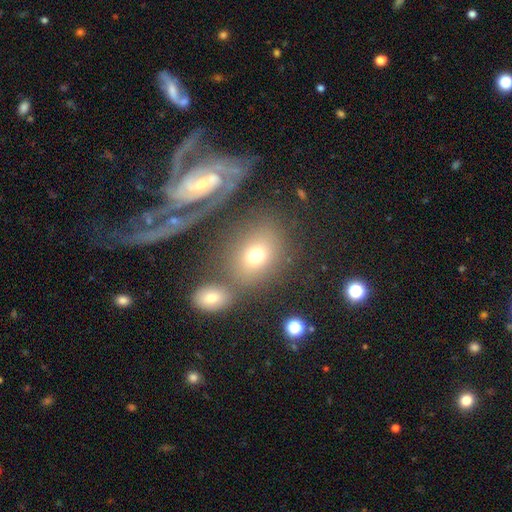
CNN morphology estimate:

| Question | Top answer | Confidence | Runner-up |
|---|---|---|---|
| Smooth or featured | smooth | 70% | featured or disk (16%) |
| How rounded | round | 54% | in between (45%) |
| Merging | none | 59% | merger (22%) |